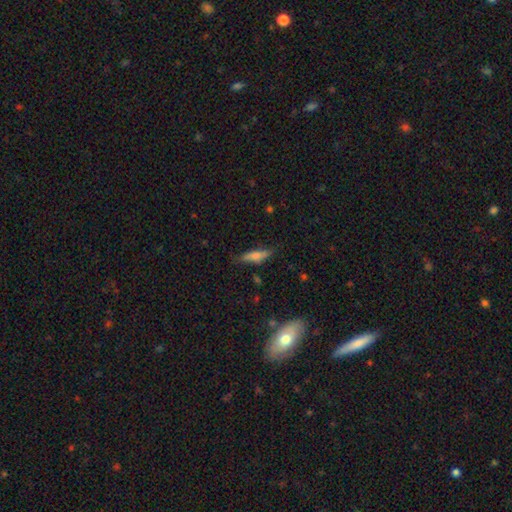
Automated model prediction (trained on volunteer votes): smooth-or-featured: smooth: 60% | featured or disk: 32% | star or artifact: 8%
  how-rounded: cigar-shaped: 67% | in between: 30% | round: 3%
  merging: none: 76% | minor disturbance: 18% | major disturbance: 4% | merger: 2%